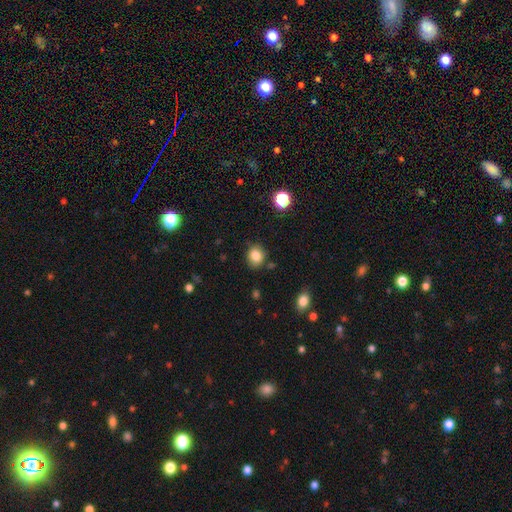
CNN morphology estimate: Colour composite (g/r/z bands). It shows a smooth galaxy with no disk features (84%) that is round (68%). Merging: none (81%).